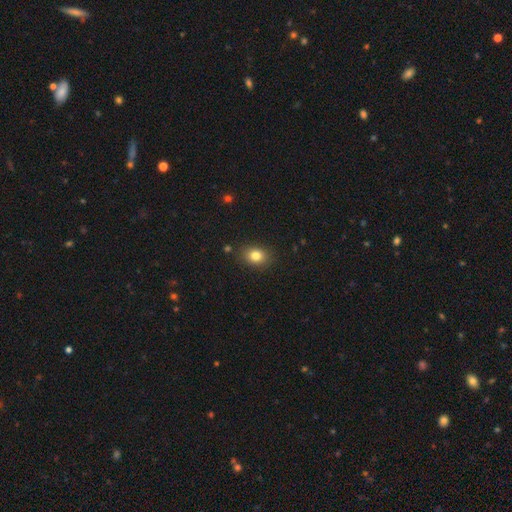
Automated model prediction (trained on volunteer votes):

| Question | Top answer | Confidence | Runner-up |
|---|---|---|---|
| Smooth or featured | smooth | 82% | star or artifact (11%) |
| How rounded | in between | 60% | round (39%) |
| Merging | none | 86% | minor disturbance (10%) |